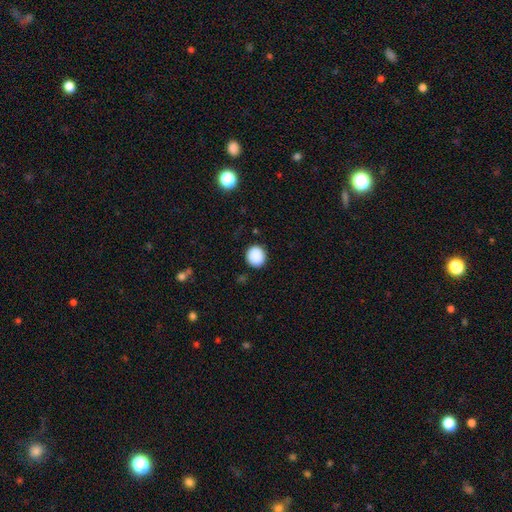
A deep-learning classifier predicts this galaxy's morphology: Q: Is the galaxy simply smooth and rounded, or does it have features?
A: smooth — 89%.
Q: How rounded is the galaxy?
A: round — 82%.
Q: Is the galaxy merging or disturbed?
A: none — 89%.